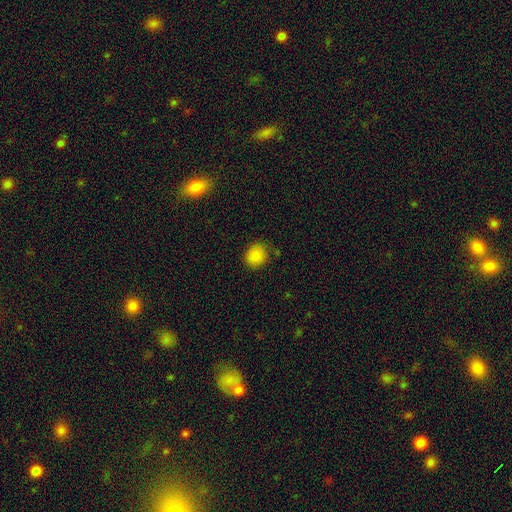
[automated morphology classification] Smooth or featured?
  - smooth: 85% *
  - star or artifact: 10%
  - featured or disk: 5%
How rounded?
  - round: 74% *
  - in between: 25%
  - cigar-shaped: 1%
Merging?
  - none: 80% *
  - minor disturbance: 15%
  - major disturbance: 3%
  - merger: 2%